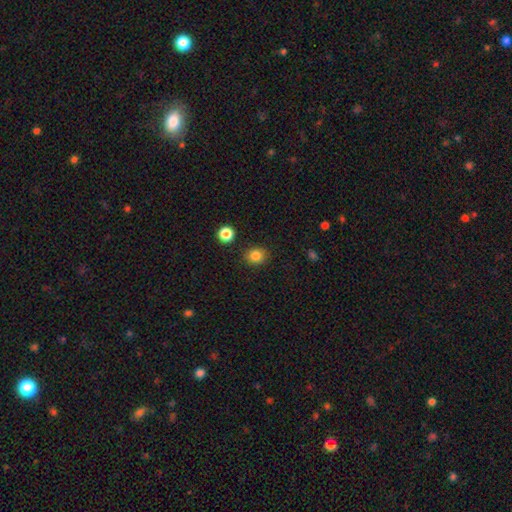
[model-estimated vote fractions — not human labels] smooth-or-featured: smooth: 84% | star or artifact: 11% | featured or disk: 5%
  how-rounded: round: 79% | in between: 21% | cigar-shaped: 1%
  merging: none: 88% | minor disturbance: 7% | merger: 2% | major disturbance: 2%